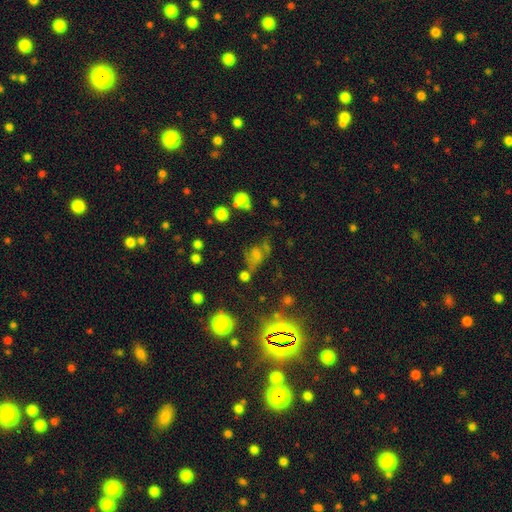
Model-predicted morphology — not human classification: smooth-or-featured: smooth: 46% | star or artifact: 31% | featured or disk: 23%
  merging: none: 39% | major disturbance: 24% | minor disturbance: 20% | merger: 17%